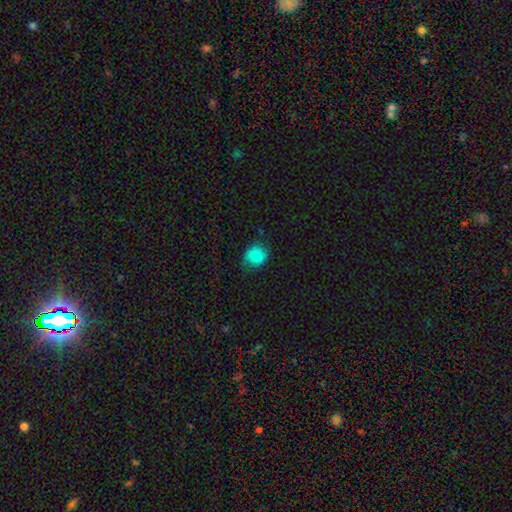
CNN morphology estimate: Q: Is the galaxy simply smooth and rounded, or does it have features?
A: smooth — 80%.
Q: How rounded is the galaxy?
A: round — 64%.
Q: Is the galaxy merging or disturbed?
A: none — 64%.